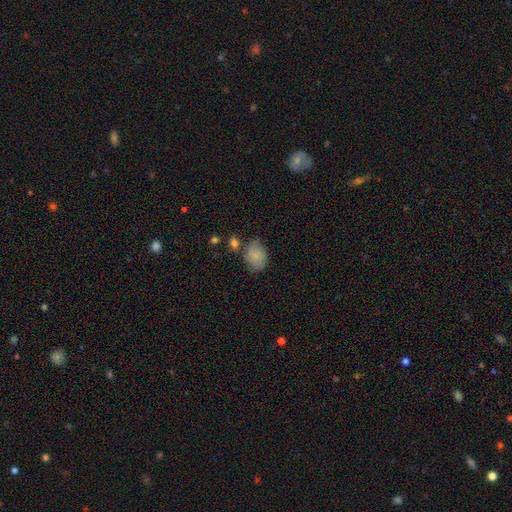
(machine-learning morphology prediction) Smooth or featured?
  - smooth: 82% *
  - featured or disk: 9%
  - star or artifact: 8%
How rounded?
  - in between: 72% *
  - round: 26%
  - cigar-shaped: 1%
Merging?
  - none: 62% *
  - minor disturbance: 25%
  - merger: 7%
  - major disturbance: 7%